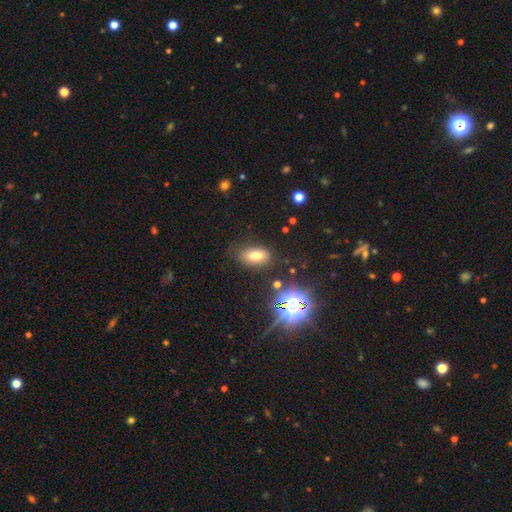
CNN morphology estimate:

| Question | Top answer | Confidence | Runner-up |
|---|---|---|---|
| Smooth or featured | smooth | 70% | star or artifact (17%) |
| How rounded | in between | 86% | round (7%) |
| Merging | none | 80% | minor disturbance (13%) |